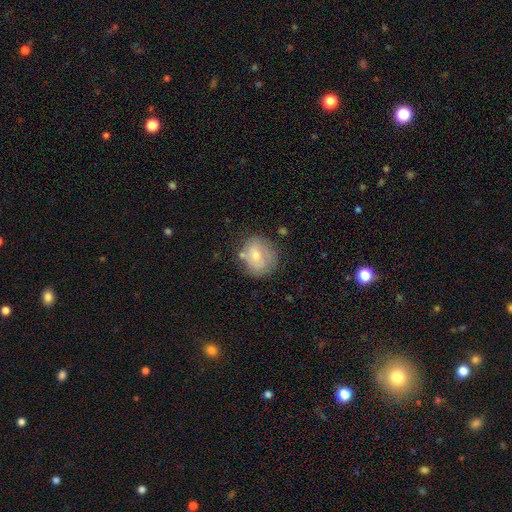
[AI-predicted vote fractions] Smooth or featured: smooth — 62% (featured or disk — 31%)
How rounded: round — 77% (in between — 22%)
Merging: none — 63% (minor disturbance — 22%)